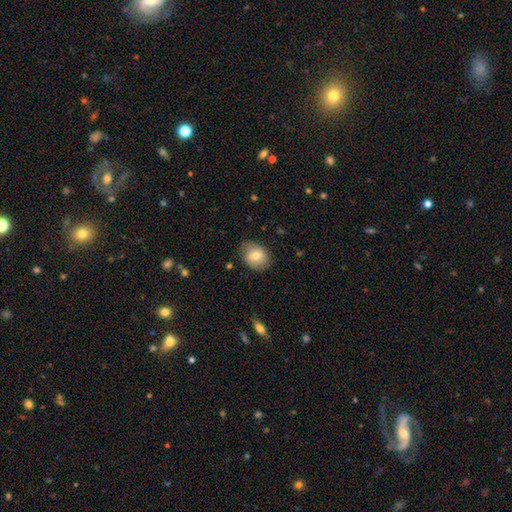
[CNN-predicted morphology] smooth 72%, featured or disk 21%, star or artifact 7%. Down the decision tree: how rounded — in between (58%); merging — none (73%).